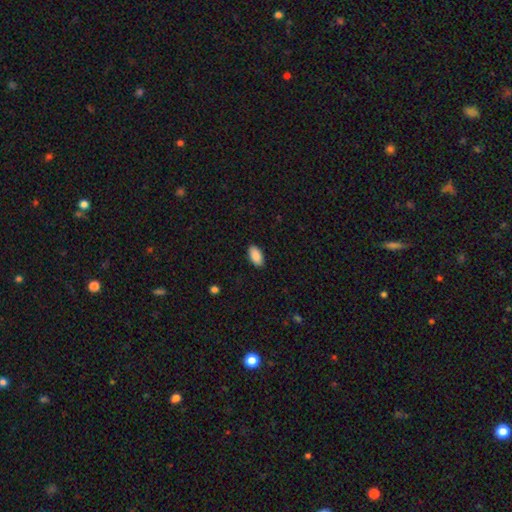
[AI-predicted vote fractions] Smooth or featured? Predicted: smooth (p=0.90). How rounded? Predicted: in between (p=0.95). Merging? Predicted: none (p=0.89).